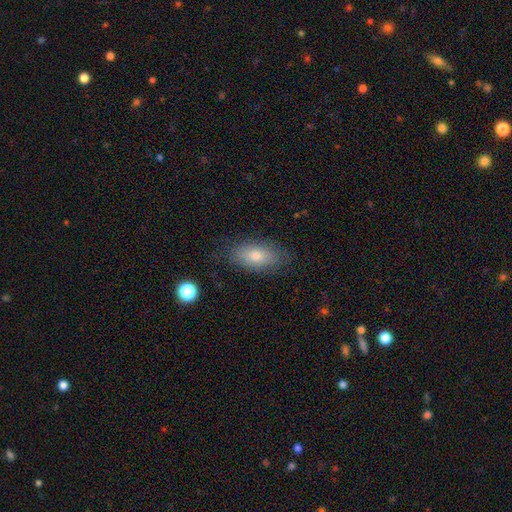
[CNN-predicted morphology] This is likely a smooth galaxy (74%). How rounded: clearly in between (88%). Merging: clearly none (80%).